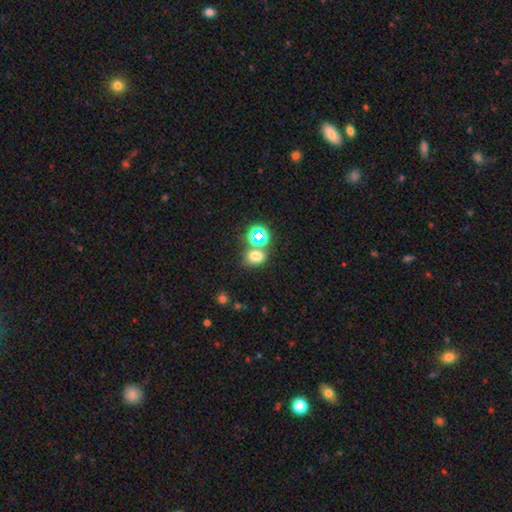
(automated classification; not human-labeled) Q: Smooth or featured?
A: smooth (64%); runner-up: star or artifact (28%)
Q: How rounded?
A: in between (52%); runner-up: round (47%)
Q: Merging?
A: none (59%); runner-up: merger (25%)